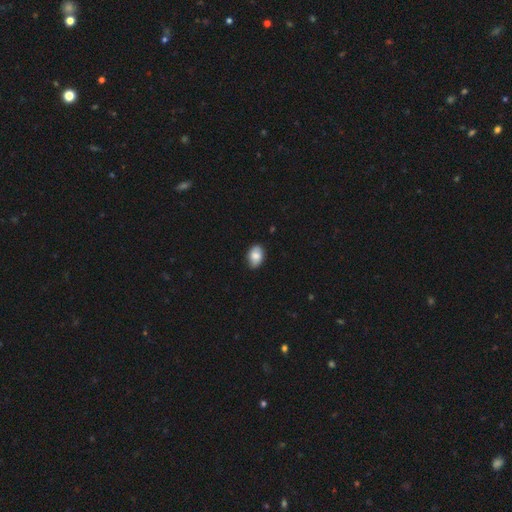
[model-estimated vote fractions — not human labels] Morphology: type=smooth (78%); roundness=in between (86%); merging=none (82%).